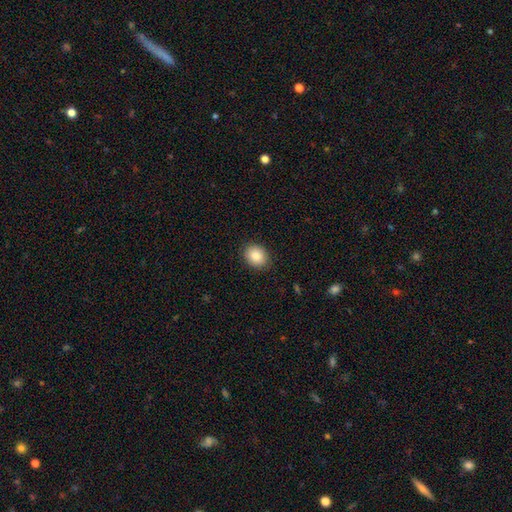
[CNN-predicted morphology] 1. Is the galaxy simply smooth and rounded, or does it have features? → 86% smooth, 8% star or artifact, 6% featured or disk.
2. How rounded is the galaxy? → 54% round, 46% in between, 1% cigar-shaped.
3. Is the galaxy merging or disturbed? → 89% none, 8% minor disturbance, 2% major disturbance, 1% merger.